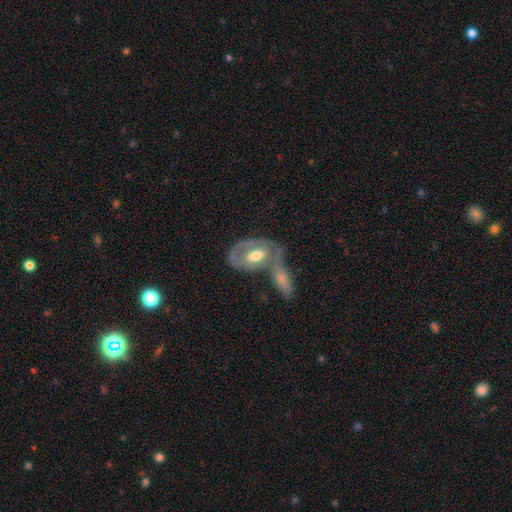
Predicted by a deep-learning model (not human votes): The model was most divided on "spiral arms": no: 54%, yes: 46%. Remaining: edge-on disk — no (90%); bulge size — moderate (67%); smooth or featured — featured or disk (60%); bar — no (58%); merging — merger (45%).